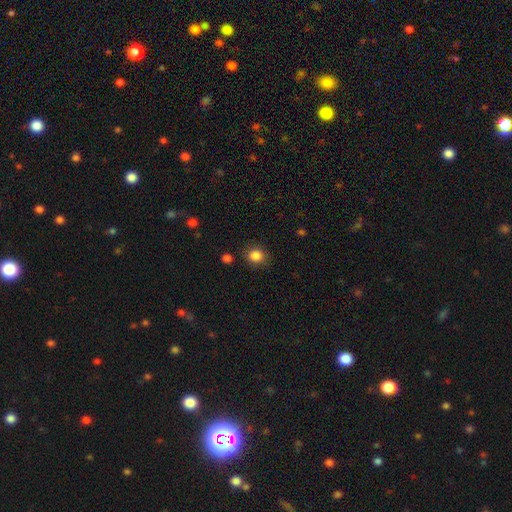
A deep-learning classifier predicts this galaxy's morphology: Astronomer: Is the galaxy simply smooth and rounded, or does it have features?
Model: smooth — 86%.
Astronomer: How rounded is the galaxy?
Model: round — 75%.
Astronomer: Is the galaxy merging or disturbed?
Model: none — 82%.